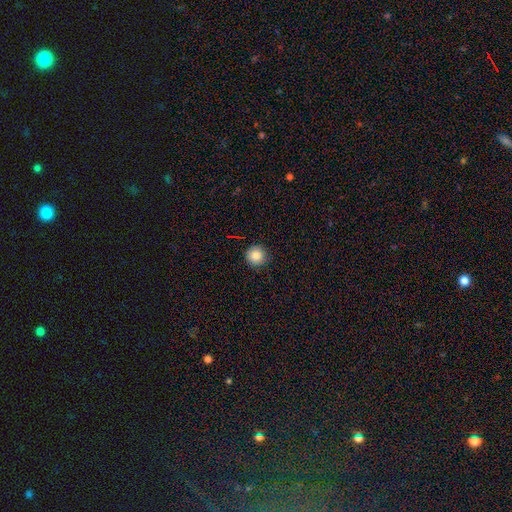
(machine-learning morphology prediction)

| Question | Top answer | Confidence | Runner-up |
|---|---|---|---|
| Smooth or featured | smooth | 84% | star or artifact (10%) |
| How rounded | round | 96% | in between (3%) |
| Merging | none | 91% | minor disturbance (6%) |